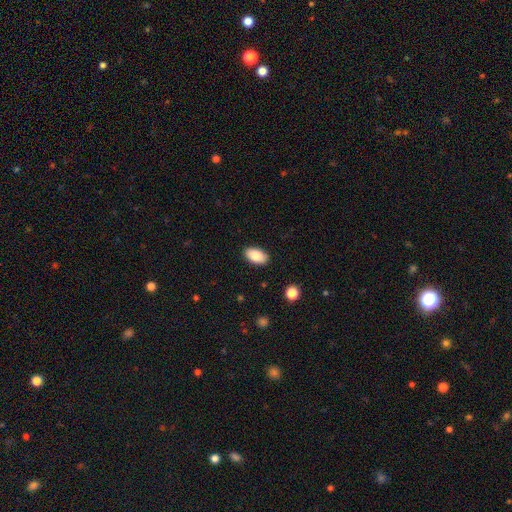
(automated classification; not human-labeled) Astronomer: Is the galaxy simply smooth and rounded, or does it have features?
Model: smooth — 86%.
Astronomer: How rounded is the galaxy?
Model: in between — 94%.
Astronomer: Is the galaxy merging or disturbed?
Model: none — 89%.